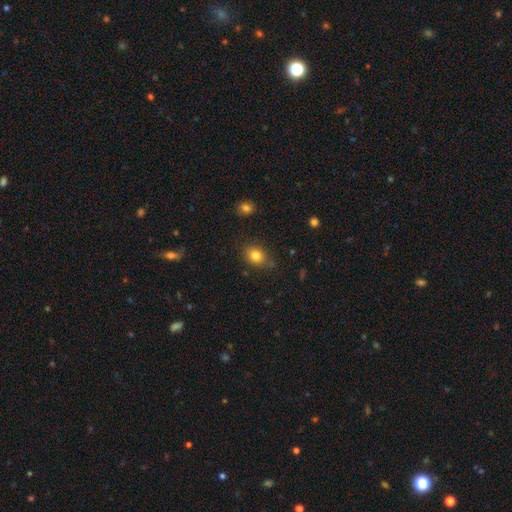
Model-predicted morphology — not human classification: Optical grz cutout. It shows a smooth galaxy with no disk features (82%) that is round (54%). Merging: none (80%).